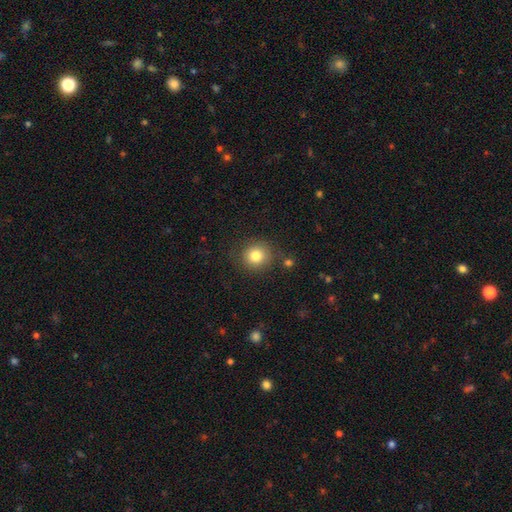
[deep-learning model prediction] Smooth or featured? smooth (81%)
How rounded? round (89%)
Merging? none (81%)